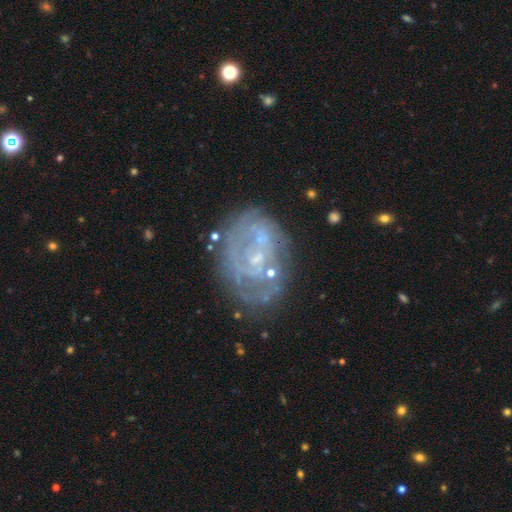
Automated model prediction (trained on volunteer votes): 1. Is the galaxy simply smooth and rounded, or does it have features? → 76% featured or disk, 15% smooth, 10% star or artifact.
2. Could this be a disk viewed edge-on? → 98% no, 2% yes.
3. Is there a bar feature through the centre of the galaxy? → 66% no, 27% weak, 7% strong.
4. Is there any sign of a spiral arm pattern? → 54% yes, 46% no.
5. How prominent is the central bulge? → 63% small, 20% none, 15% moderate, 1% large, 1% dominant.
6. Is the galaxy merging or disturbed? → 56% none, 21% minor disturbance, 16% major disturbance, 7% merger.